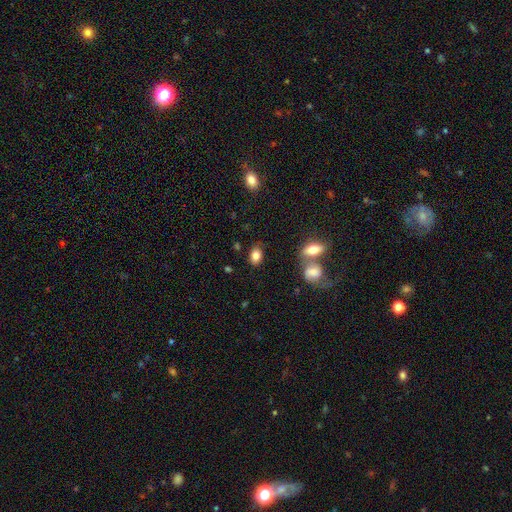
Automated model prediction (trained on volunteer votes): Q: Smooth or featured?
A: smooth (83%); runner-up: star or artifact (9%)
Q: How rounded?
A: in between (79%); runner-up: round (20%)
Q: Merging?
A: none (79%); runner-up: minor disturbance (12%)